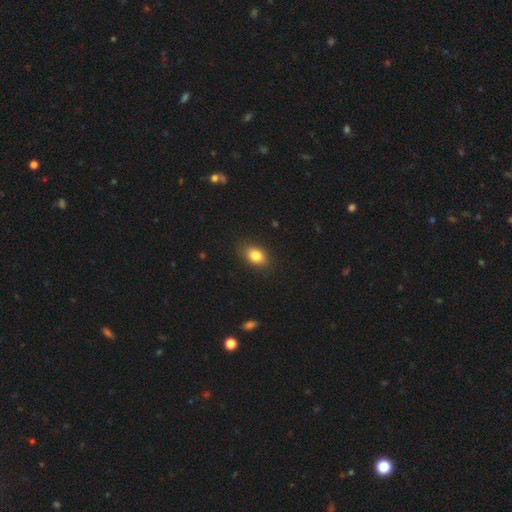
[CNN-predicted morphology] Smooth or featured? smooth (83%)
How rounded? in between (81%)
Merging? none (86%)